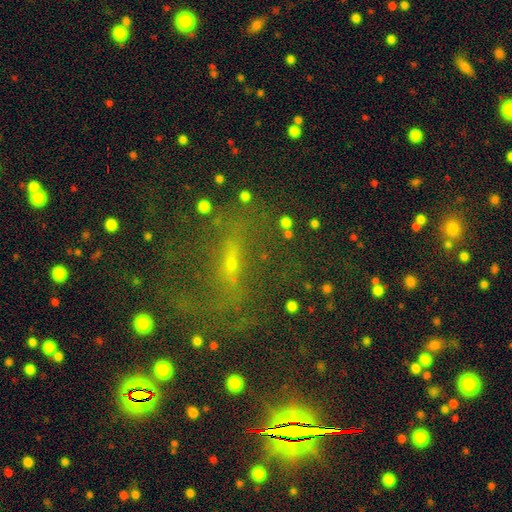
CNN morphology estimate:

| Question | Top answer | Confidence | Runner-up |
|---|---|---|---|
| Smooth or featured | star or artifact | 40% | featured or disk (37%) |